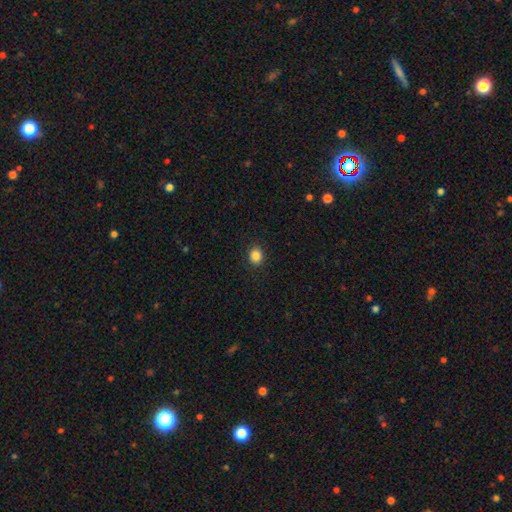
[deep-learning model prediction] Smooth or featured? Predicted: smooth (p=0.86). How rounded? Predicted: round (p=0.61). Merging? Predicted: none (p=0.90).